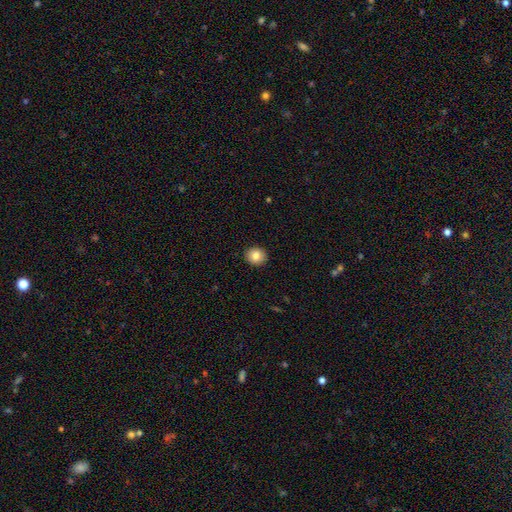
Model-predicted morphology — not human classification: Overall: smooth (83%). How rounded: round (85%). Merging: none (92%).